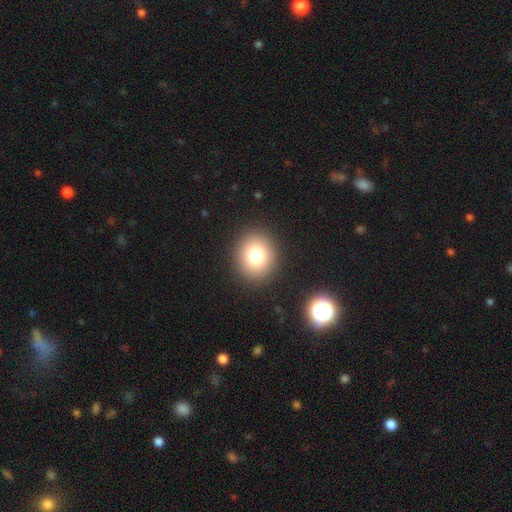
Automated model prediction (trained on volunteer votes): smooth-or-featured: smooth: 77% | star or artifact: 13% | featured or disk: 10%
  how-rounded: round: 81% | in between: 18% | cigar-shaped: 1%
  merging: none: 91% | minor disturbance: 5% | major disturbance: 2% | merger: 1%